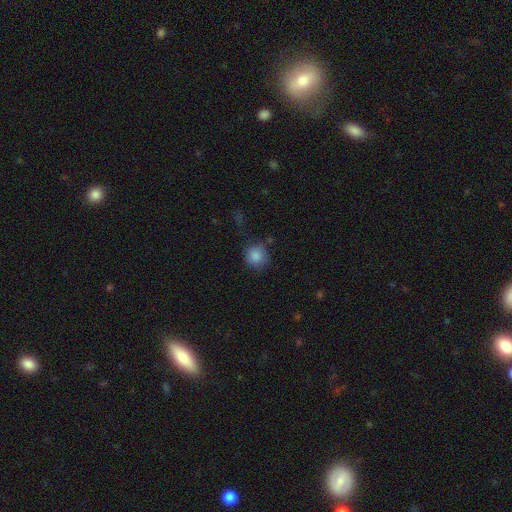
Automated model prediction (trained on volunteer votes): smooth-or-featured: smooth: 86% | star or artifact: 9% | featured or disk: 5%
  how-rounded: round: 89% | in between: 10% | cigar-shaped: 1%
  merging: none: 73% | minor disturbance: 17% | major disturbance: 6% | merger: 4%